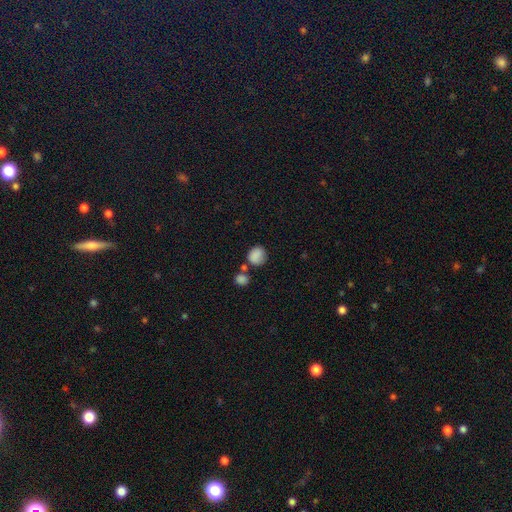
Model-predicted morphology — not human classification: Overall: smooth (86%). How rounded: round (77%). Merging: none (60%).